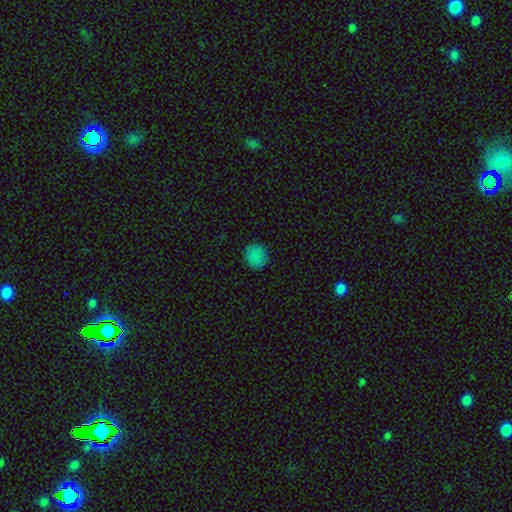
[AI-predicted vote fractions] smooth-or-featured: smooth: 84% | star or artifact: 12% | featured or disk: 4%
  how-rounded: round: 79% | in between: 20% | cigar-shaped: 1%
  merging: none: 88% | minor disturbance: 9% | major disturbance: 2% | merger: 1%